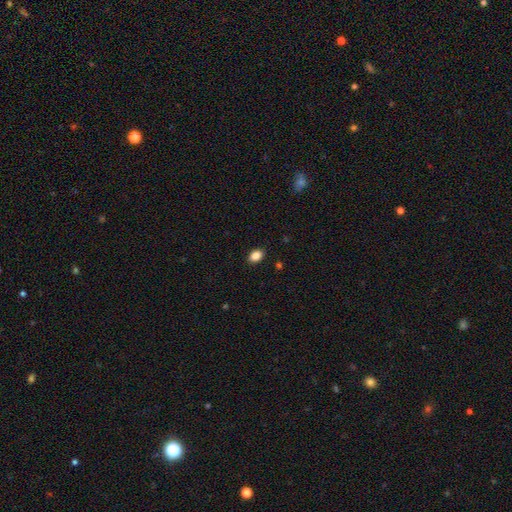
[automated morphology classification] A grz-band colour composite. It shows a smooth galaxy with no disk features (87%) that is in between round and cigar-shaped (78%). Merging: none (89%).